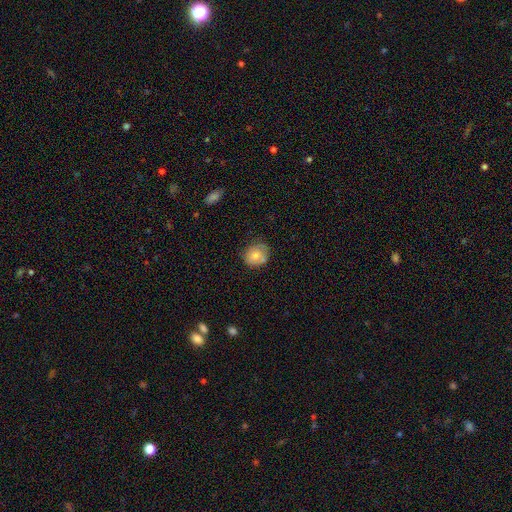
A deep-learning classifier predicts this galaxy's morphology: smooth_or_featured: smooth (p=0.73) [alt: featured or disk p=0.19]
how_rounded: round (p=0.72) [alt: in between p=0.27]
merging: none (p=0.66) [alt: minor disturbance p=0.24]